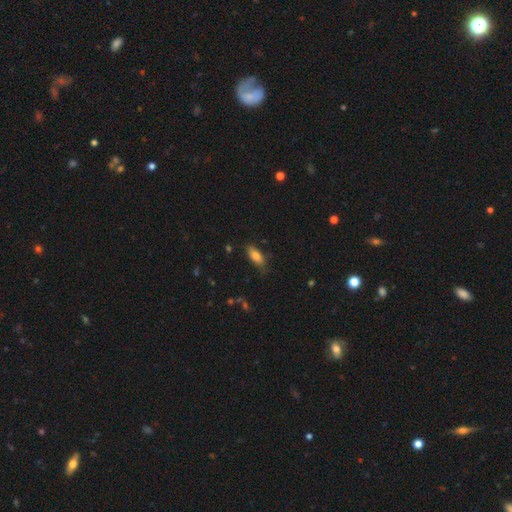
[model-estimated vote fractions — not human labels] Smooth or featured: smooth — 81% (featured or disk — 11%)
How rounded: in between — 77% (cigar-shaped — 21%)
Merging: none — 74% (minor disturbance — 20%)